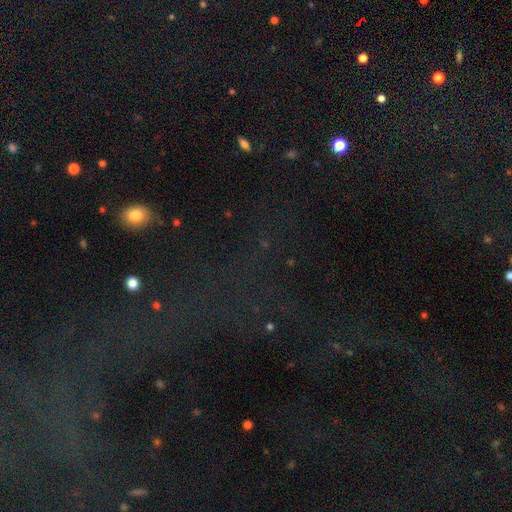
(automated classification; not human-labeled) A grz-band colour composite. It shows a star or artifact, not a galaxy (72%).